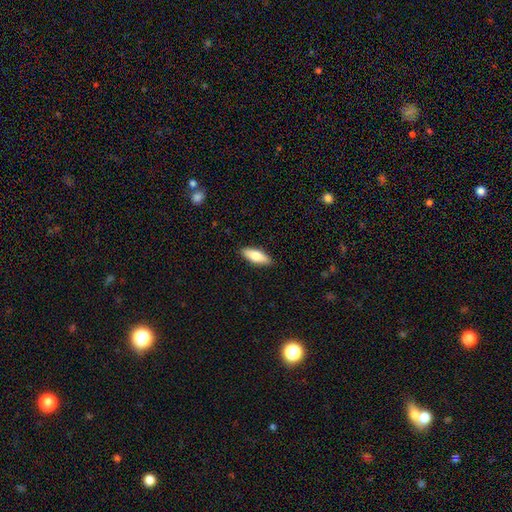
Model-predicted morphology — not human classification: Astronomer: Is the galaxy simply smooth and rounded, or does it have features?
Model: smooth — 74%.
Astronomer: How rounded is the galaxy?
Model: in between — 68%.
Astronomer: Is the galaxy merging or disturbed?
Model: none — 89%.